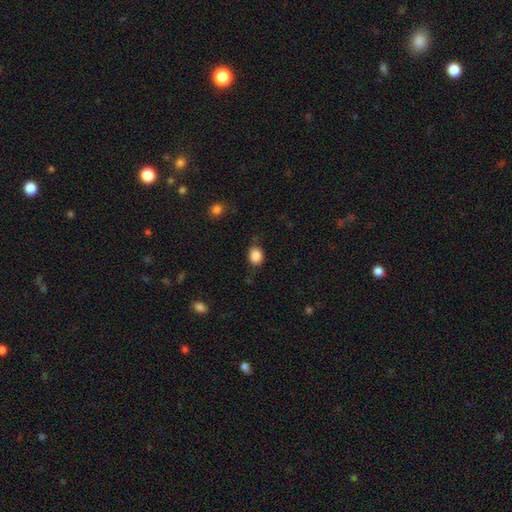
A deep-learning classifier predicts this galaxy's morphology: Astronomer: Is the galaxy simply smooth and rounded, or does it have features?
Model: smooth — 87%.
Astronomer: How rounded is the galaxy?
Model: round — 52% (runner-up: in between, 47%).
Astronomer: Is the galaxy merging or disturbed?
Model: none — 75%.